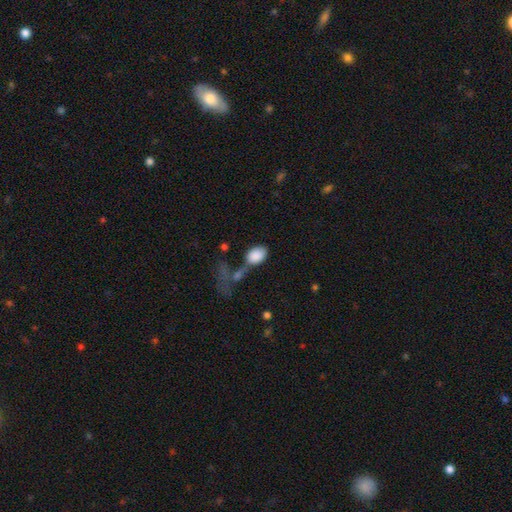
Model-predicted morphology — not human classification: A smooth galaxy with no disk features (87%) that is in between round and cigar-shaped (86%). Merging: none (44%).